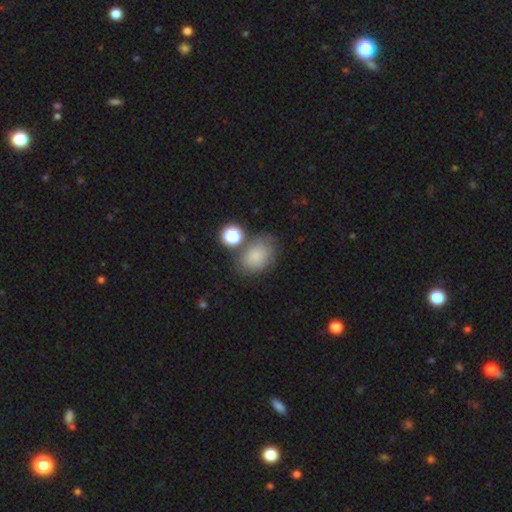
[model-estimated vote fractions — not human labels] This is clearly a smooth galaxy (80%). How rounded: likely in between (72%). Merging: likely none (67%).